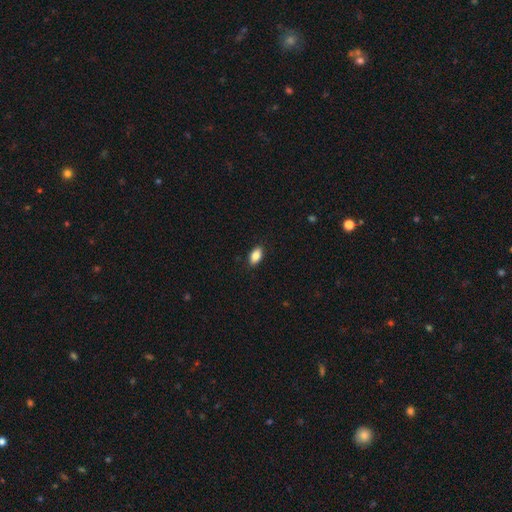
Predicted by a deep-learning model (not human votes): Smooth or featured?
  - smooth: 87% *
  - star or artifact: 8%
  - featured or disk: 6%
How rounded?
  - in between: 91% *
  - round: 6%
  - cigar-shaped: 4%
Merging?
  - none: 89% *
  - minor disturbance: 8%
  - major disturbance: 2%
  - merger: 1%